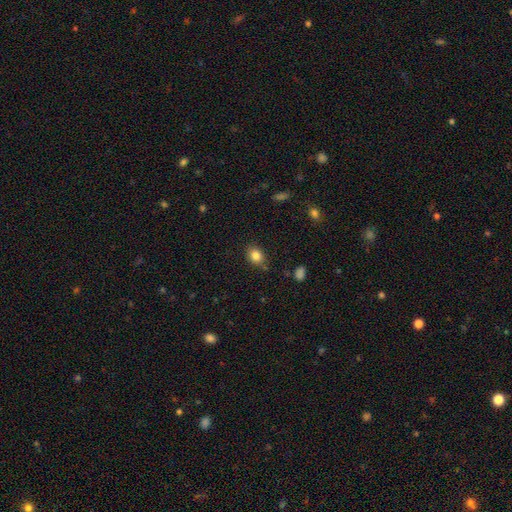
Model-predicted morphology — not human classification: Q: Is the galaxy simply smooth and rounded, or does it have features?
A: smooth — 84%.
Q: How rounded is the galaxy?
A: in between — 51%.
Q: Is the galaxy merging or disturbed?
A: none — 80%.